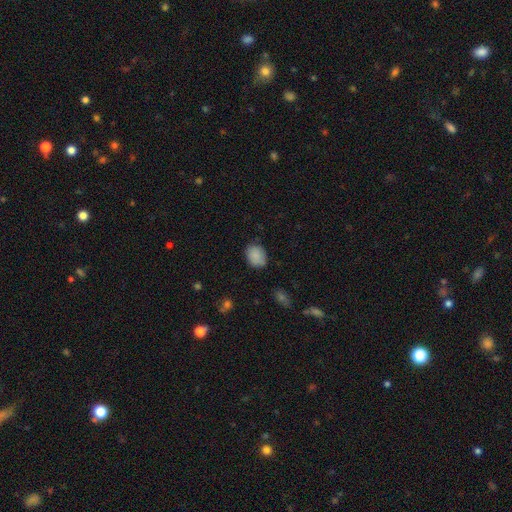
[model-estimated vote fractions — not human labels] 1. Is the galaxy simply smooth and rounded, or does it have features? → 87% smooth, 8% star or artifact, 5% featured or disk.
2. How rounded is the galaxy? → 58% in between, 41% round, 1% cigar-shaped.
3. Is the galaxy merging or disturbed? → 77% none, 18% minor disturbance, 3% major disturbance, 2% merger.